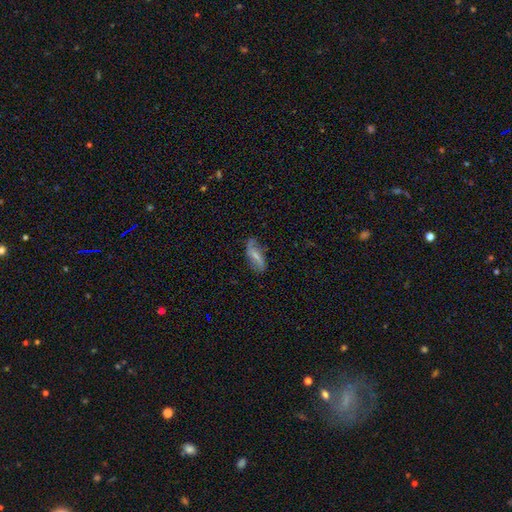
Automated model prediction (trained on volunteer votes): A featured or disk galaxy (51%).

Vote fractions:
- Smooth or featured? featured or disk: 51% / smooth: 41% / star or artifact: 8%
- Edge-on disk? no: 88% / yes: 12%
- Merging? none: 70% / minor disturbance: 21% / major disturbance: 7% / merger: 2%